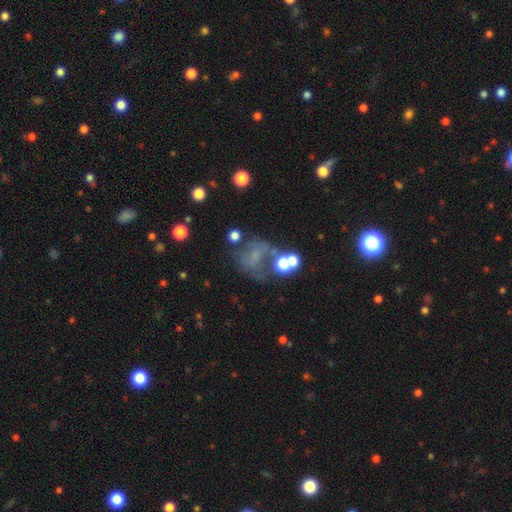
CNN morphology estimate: Smooth or featured?
  - featured or disk: 38% *
  - smooth: 34%
  - star or artifact: 28%
Merging?
  - none: 38% *
  - major disturbance: 29%
  - minor disturbance: 19%
  - merger: 14%